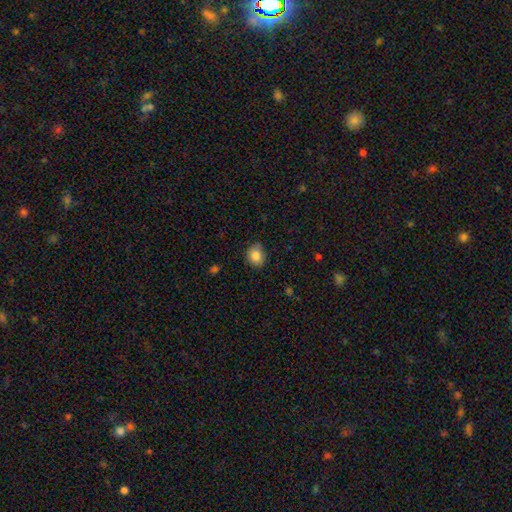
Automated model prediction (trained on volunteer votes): The model was most divided on "how rounded": round: 67%, in between: 32%, cigar-shaped: 1%. More confident: smooth or featured — smooth (85%); merging — none (79%).